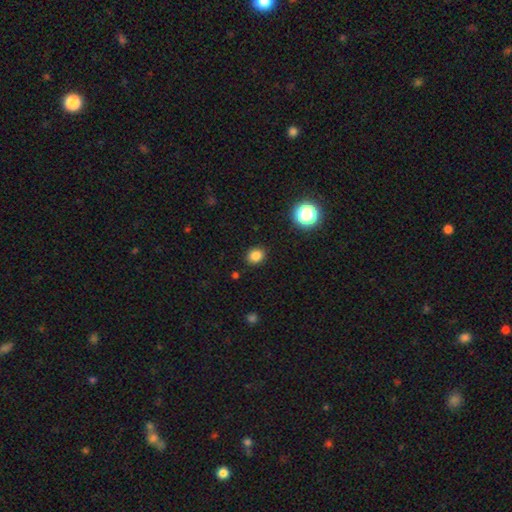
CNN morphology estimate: Overall: smooth (83%). How rounded: round (62%; in between 37%). Merging: none (89%).